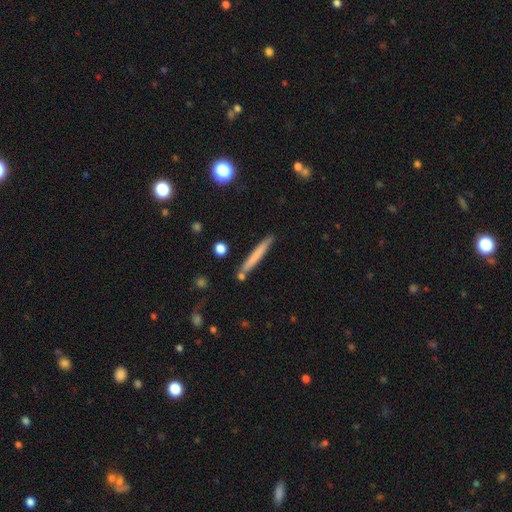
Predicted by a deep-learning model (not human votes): smooth 67%, featured or disk 26%, star or artifact 7%. Down the decision tree: how rounded — cigar-shaped (96%); merging — none (84%).